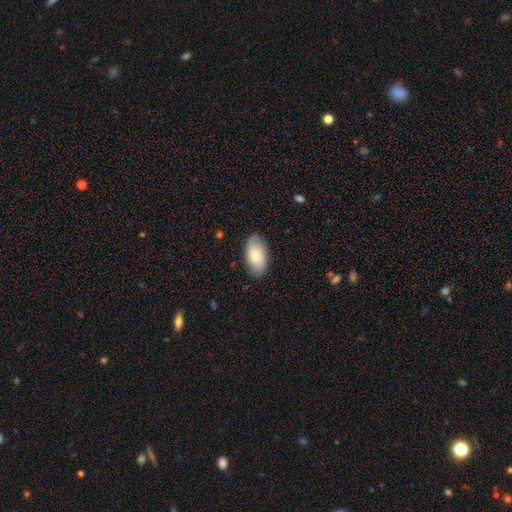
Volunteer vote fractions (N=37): smooth 81%, featured or disk 16%, star or artifact 3%. Down the decision tree: how rounded — in between (93%); merging — none (78%).